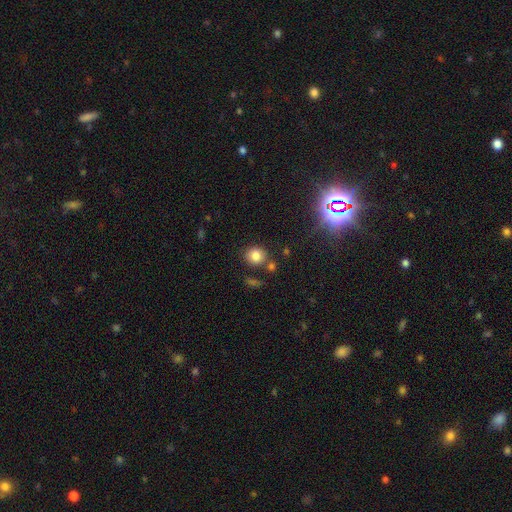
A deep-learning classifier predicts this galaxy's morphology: A smooth galaxy with no disk features (80%) that is round (77%). Merging: none (76%).